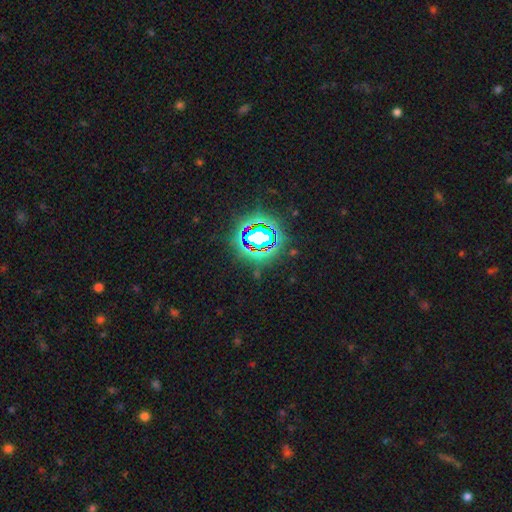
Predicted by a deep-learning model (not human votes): Smooth or featured? star or artifact (85%)